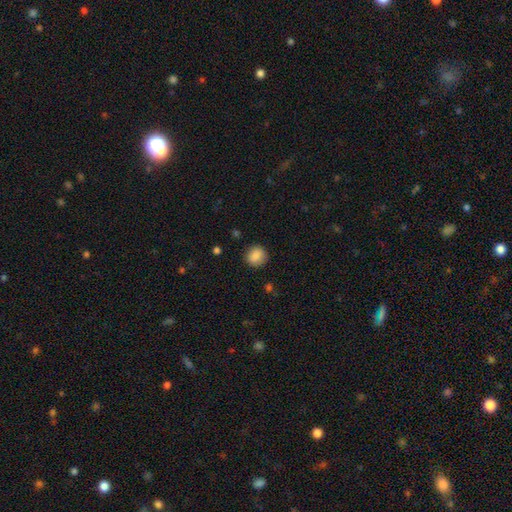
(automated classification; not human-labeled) Smooth or featured? smooth (87%)
How rounded? round (84%)
Merging? none (87%)